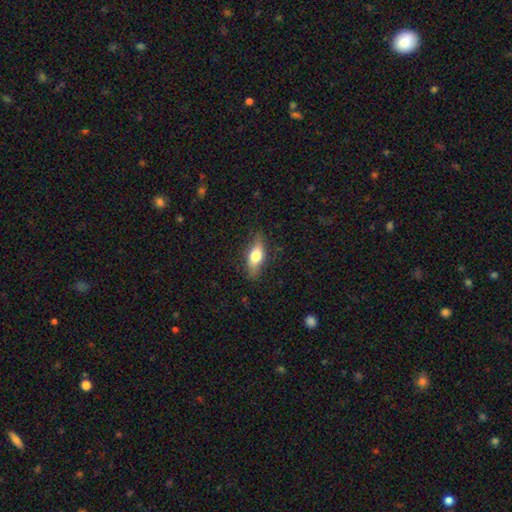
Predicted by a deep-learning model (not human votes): Smooth or featured? Predicted: smooth (p=0.65). How rounded? Predicted: in between (p=0.67). Merging? Predicted: none (p=0.81).